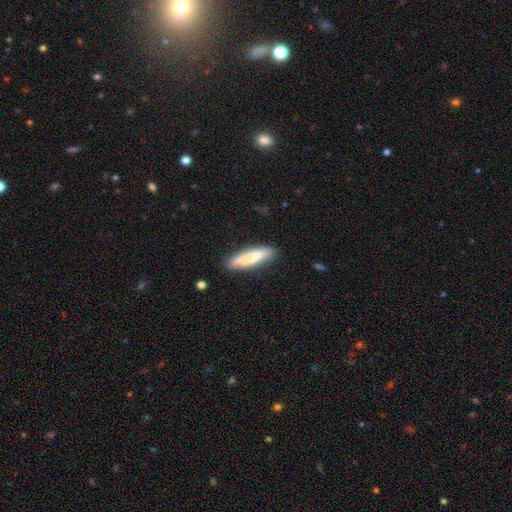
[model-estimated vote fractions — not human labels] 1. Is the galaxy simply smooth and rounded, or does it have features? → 77% smooth, 18% featured or disk, 6% star or artifact.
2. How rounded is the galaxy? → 72% cigar-shaped, 26% in between, 2% round.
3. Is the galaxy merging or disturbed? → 81% none, 14% minor disturbance, 3% major disturbance, 2% merger.